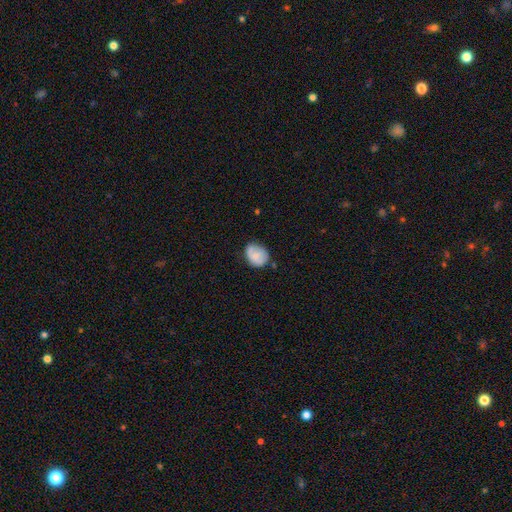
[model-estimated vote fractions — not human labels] Overall: smooth (72%). How rounded: round (53%; in between 46%). Merging: none (57%; minor disturbance 32%).